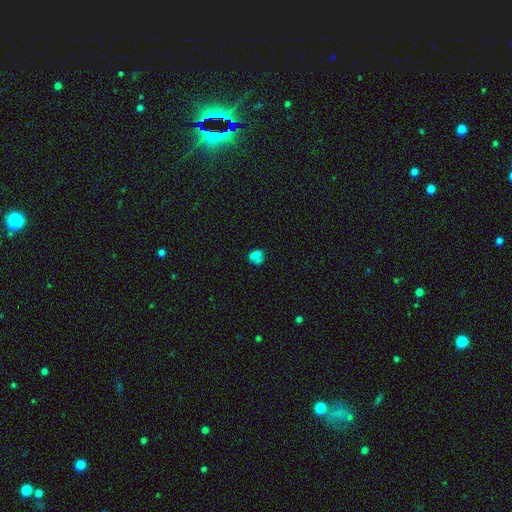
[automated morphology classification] Smooth or featured? Predicted: smooth (p=0.63). How rounded? Predicted: in between (p=0.49). Merging? Predicted: none (p=0.52).